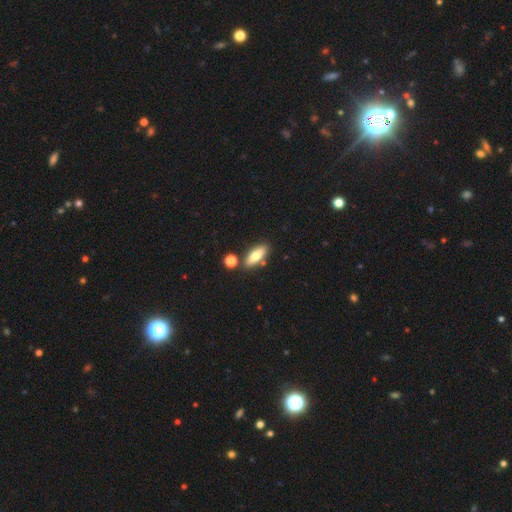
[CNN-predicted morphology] smooth_or_featured: smooth (p=0.68) [alt: featured or disk p=0.25]
how_rounded: in between (p=0.69) [alt: cigar-shaped p=0.28]
merging: none (p=0.78) [alt: minor disturbance p=0.10]